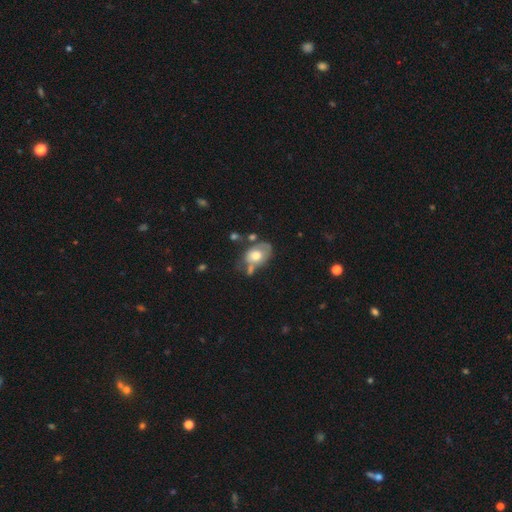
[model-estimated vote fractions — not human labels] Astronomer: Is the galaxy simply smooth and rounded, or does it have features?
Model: smooth — 59%.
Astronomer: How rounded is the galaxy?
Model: in between — 80%.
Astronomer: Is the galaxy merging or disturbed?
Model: none — 35% (runner-up: minor disturbance, 27%).